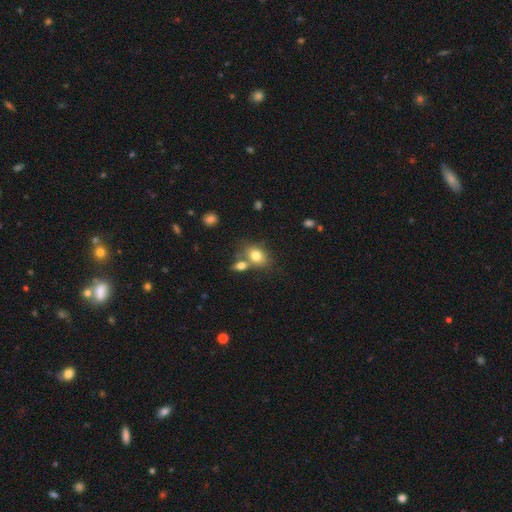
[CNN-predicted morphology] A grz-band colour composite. It shows a smooth galaxy with no disk features (78%) that is in between round and cigar-shaped (71%). Merging: none (52%).